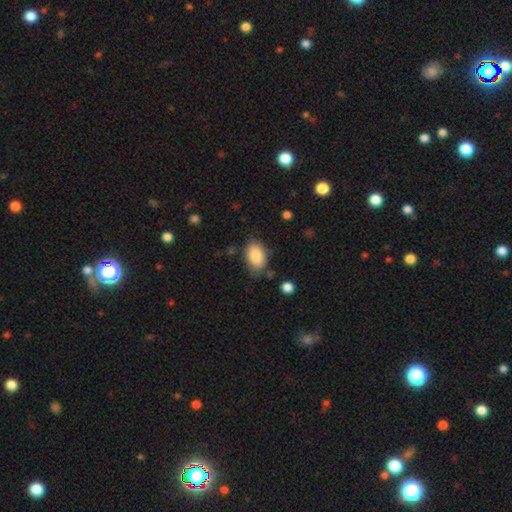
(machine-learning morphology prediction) smooth-or-featured: smooth: 86% | featured or disk: 7% | star or artifact: 7%
  how-rounded: in between: 90% | round: 9% | cigar-shaped: 1%
  merging: none: 71% | minor disturbance: 21% | major disturbance: 5% | merger: 3%